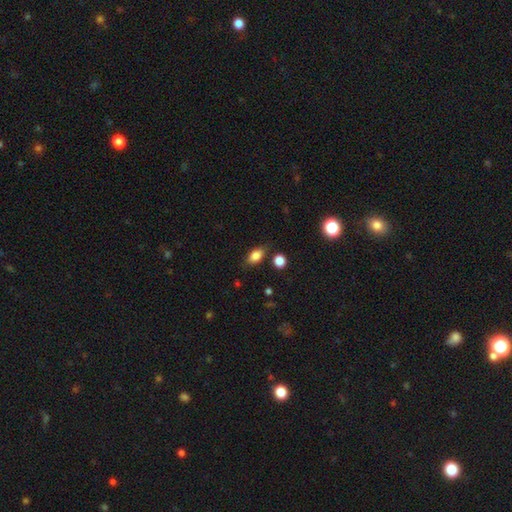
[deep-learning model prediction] Smooth or featured?
  - smooth: 81% *
  - star or artifact: 9%
  - featured or disk: 9%
How rounded?
  - in between: 83% *
  - round: 13%
  - cigar-shaped: 4%
Merging?
  - none: 78% *
  - minor disturbance: 15%
  - merger: 4%
  - major disturbance: 3%